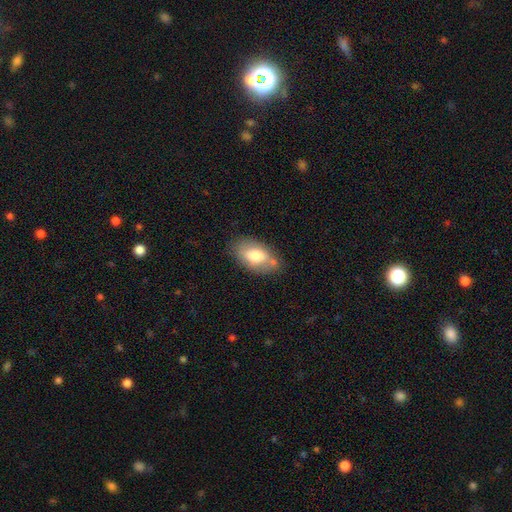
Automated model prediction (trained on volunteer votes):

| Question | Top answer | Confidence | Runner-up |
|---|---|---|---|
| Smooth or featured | smooth | 69% | featured or disk (24%) |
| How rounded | in between | 92% | round (6%) |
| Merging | none | 69% | minor disturbance (18%) |